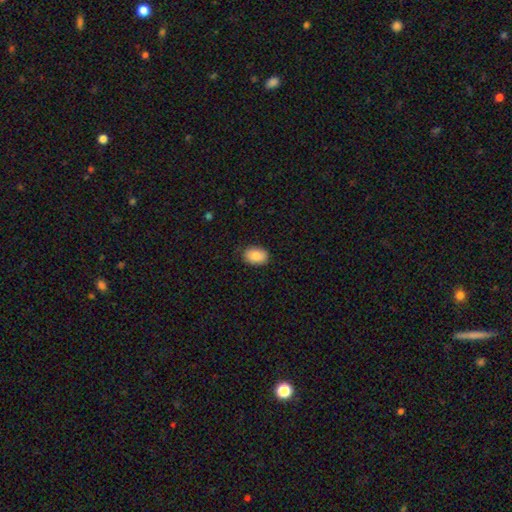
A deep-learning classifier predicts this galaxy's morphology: The model was most divided on "how rounded": in between: 80%, round: 19%, cigar-shaped: 1%. More confident: merging — none (85%); smooth or featured — smooth (84%).